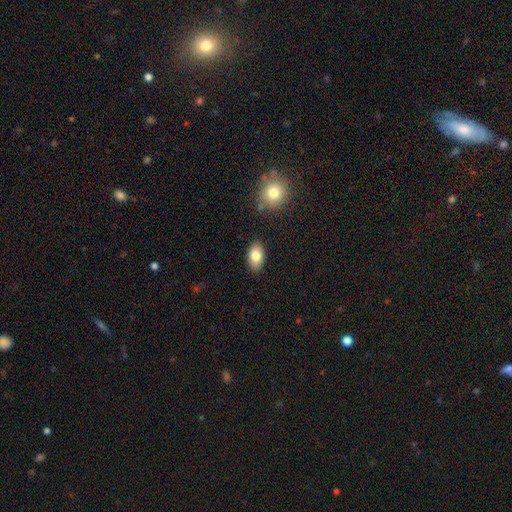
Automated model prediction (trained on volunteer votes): Smooth or featured?
  - smooth: 81% *
  - featured or disk: 11%
  - star or artifact: 8%
How rounded?
  - in between: 92% *
  - round: 7%
  - cigar-shaped: 2%
Merging?
  - none: 86% *
  - minor disturbance: 10%
  - major disturbance: 2%
  - merger: 2%